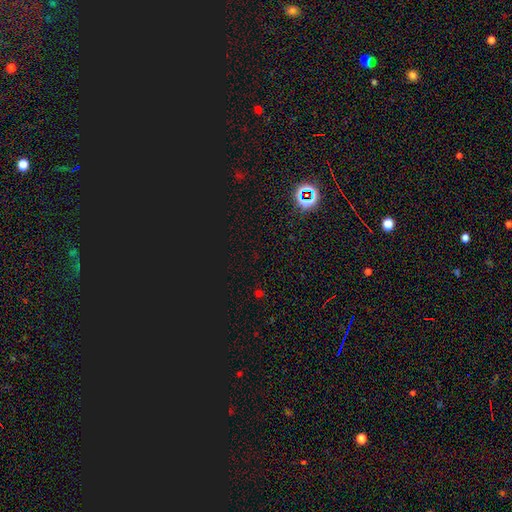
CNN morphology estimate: Smooth or featured: star or artifact — 77% (smooth — 17%)